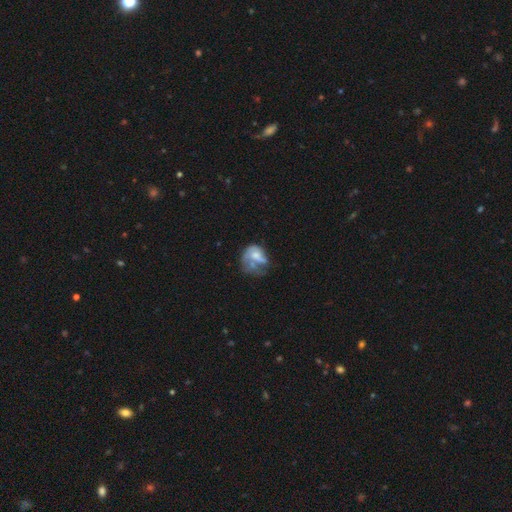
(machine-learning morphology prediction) Smooth or featured? Predicted: featured or disk (p=0.48). Merging? Predicted: major disturbance (p=0.42).